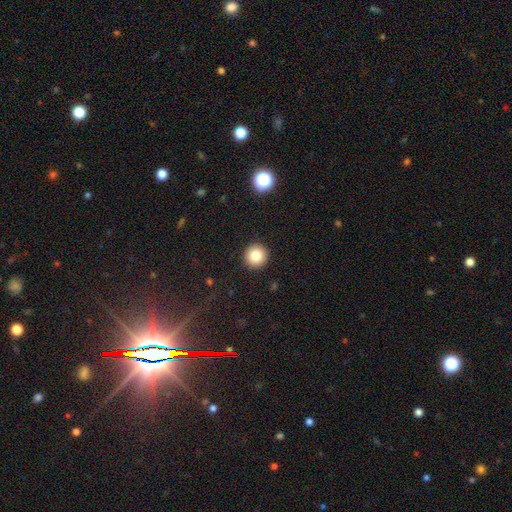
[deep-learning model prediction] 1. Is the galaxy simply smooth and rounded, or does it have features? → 82% smooth, 10% star or artifact, 7% featured or disk.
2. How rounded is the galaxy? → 95% round, 4% in between, 1% cigar-shaped.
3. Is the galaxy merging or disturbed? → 93% none, 5% minor disturbance, 2% major disturbance, 1% merger.